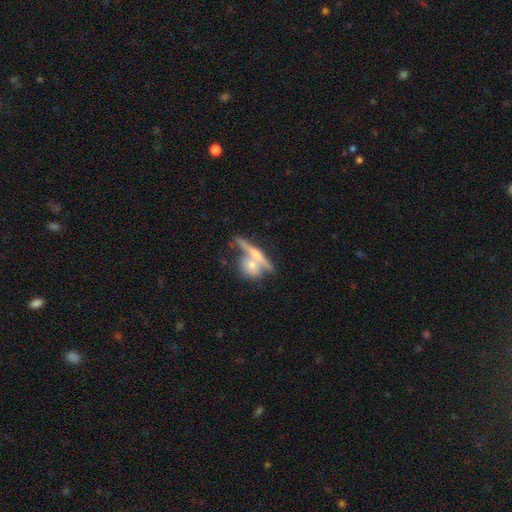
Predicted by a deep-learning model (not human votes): Q: Smooth or featured?
A: featured or disk (50%); runner-up: smooth (43%)
Q: Merging?
A: merger (46%); runner-up: none (39%)